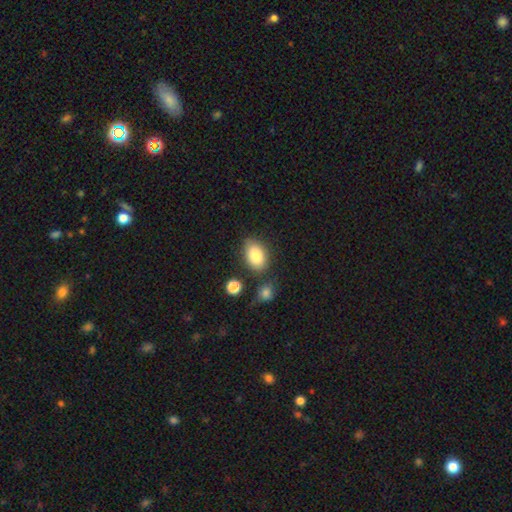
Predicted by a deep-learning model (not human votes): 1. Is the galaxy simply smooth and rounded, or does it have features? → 84% smooth, 8% featured or disk, 8% star or artifact.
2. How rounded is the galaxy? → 88% in between, 11% round, 1% cigar-shaped.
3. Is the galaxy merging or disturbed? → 75% none, 14% minor disturbance, 7% merger, 4% major disturbance.